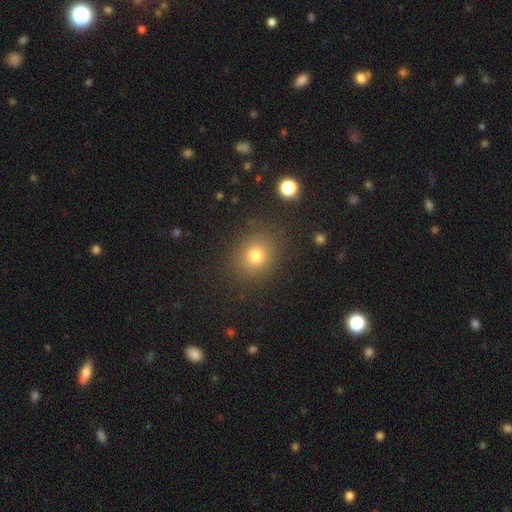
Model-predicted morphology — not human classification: Smooth or featured: smooth — 75% (star or artifact — 16%)
How rounded: round — 75% (in between — 24%)
Merging: none — 87% (minor disturbance — 8%)